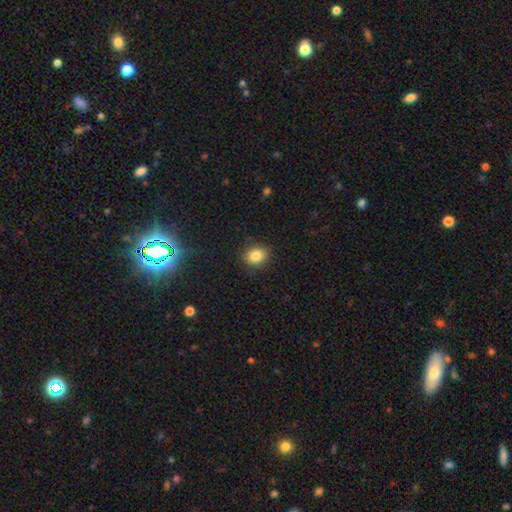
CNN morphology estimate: Overall: smooth (84%). How rounded: round (60%; in between 39%). Merging: none (86%).